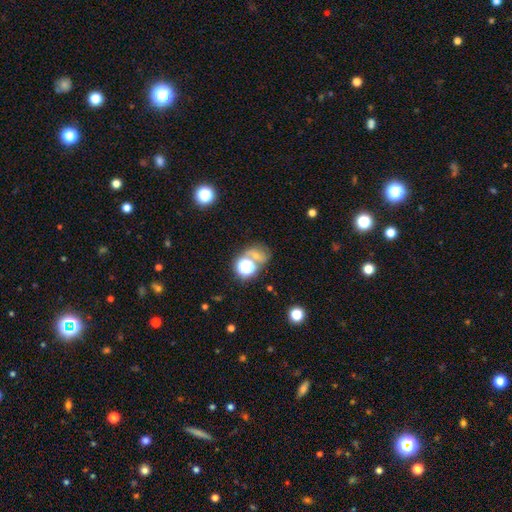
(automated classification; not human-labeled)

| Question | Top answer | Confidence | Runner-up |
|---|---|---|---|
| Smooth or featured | smooth | 43% | star or artifact (38%) |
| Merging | none | 49% | merger (23%) |